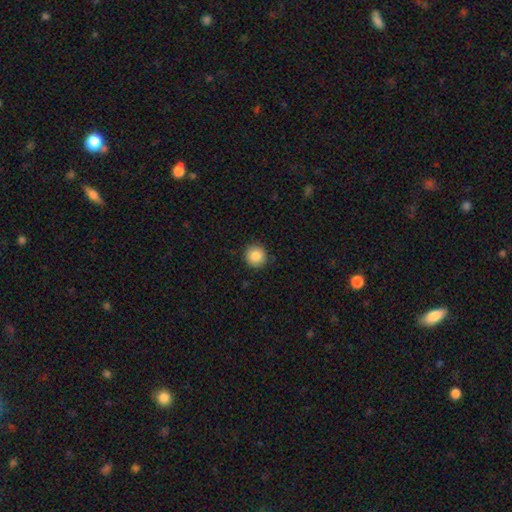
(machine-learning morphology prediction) Smooth or featured? smooth (87%)
How rounded? round (93%)
Merging? none (90%)